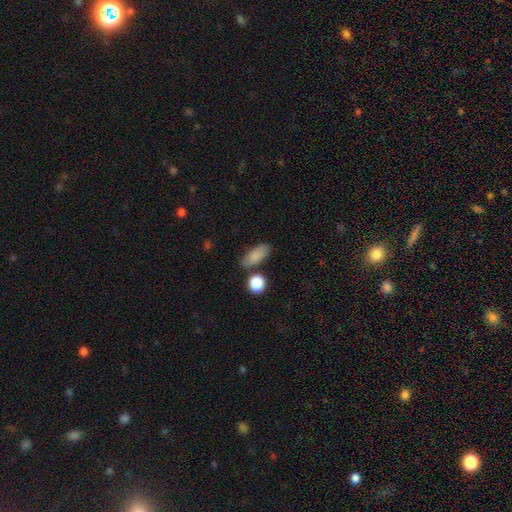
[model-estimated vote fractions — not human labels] This appears to be a smooth galaxy with no disk features (83%) that is in between round and cigar-shaped (81%). Merging: none (70%).